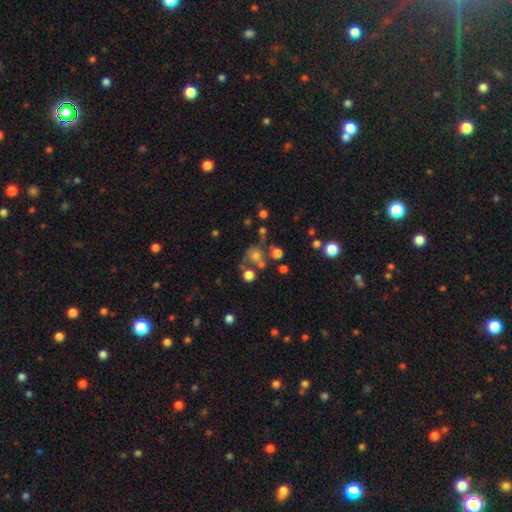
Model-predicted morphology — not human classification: smooth_or_featured: smooth (p=0.56) [alt: featured or disk p=0.25]
how_rounded: round (p=0.79) [alt: in between p=0.20]
merging: none (p=0.46) [alt: merger p=0.23]